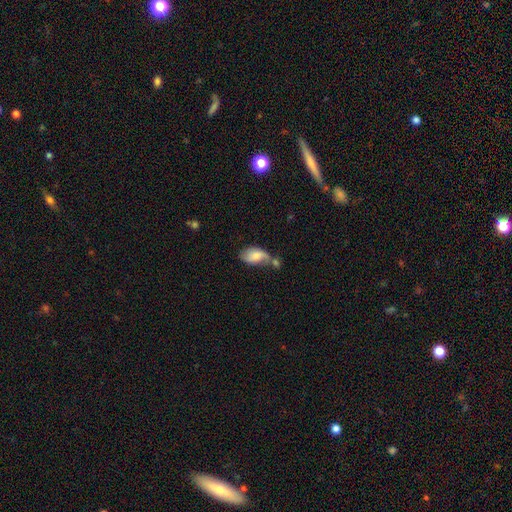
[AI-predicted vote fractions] Smooth or featured?
  - smooth: 64% *
  - featured or disk: 29%
  - star or artifact: 7%
How rounded?
  - in between: 92% *
  - round: 6%
  - cigar-shaped: 3%
Merging?
  - merger: 33% *
  - none: 30%
  - minor disturbance: 23%
  - major disturbance: 13%